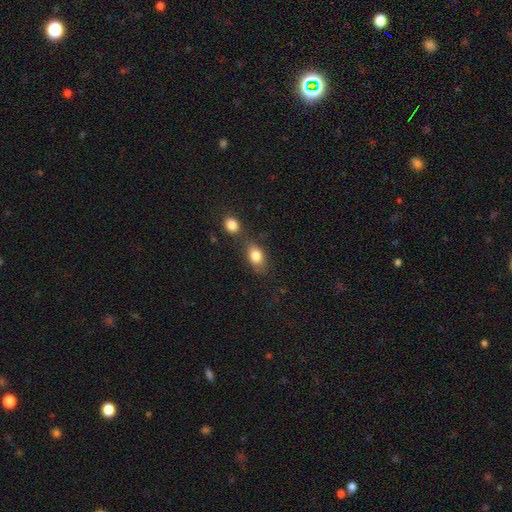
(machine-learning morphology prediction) A smooth galaxy with no disk features (82%) that is in between round and cigar-shaped (80%). Merging: none (58%).